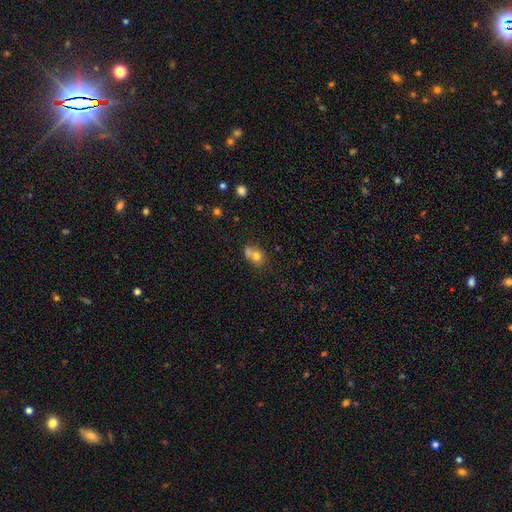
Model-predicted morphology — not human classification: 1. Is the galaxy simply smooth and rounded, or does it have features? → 73% smooth, 15% featured or disk, 12% star or artifact.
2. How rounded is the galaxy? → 59% round, 39% in between, 1% cigar-shaped.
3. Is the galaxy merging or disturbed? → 46% merger, 36% none, 13% minor disturbance, 5% major disturbance.